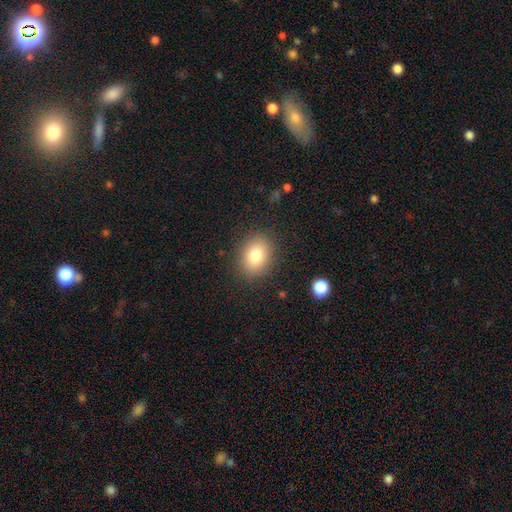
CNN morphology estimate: smooth_or_featured: smooth (p=0.80) [alt: star or artifact p=0.10]
how_rounded: in between (p=0.55) [alt: round p=0.44]
merging: none (p=0.87) [alt: minor disturbance p=0.09]